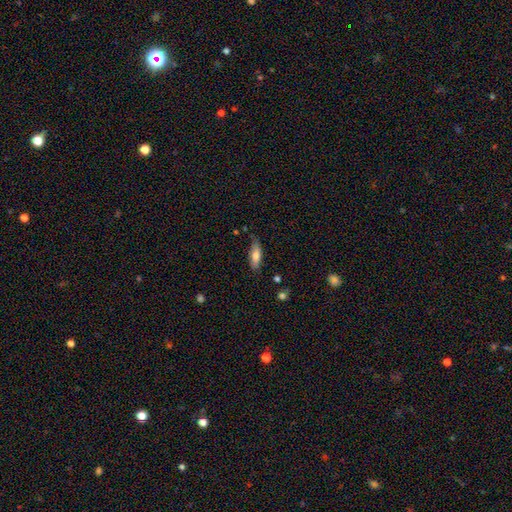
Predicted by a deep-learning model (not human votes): Q: Smooth or featured?
A: smooth (73%); runner-up: featured or disk (20%)
Q: How rounded?
A: in between (53%); runner-up: cigar-shaped (45%)
Q: Merging?
A: none (69%); runner-up: minor disturbance (24%)